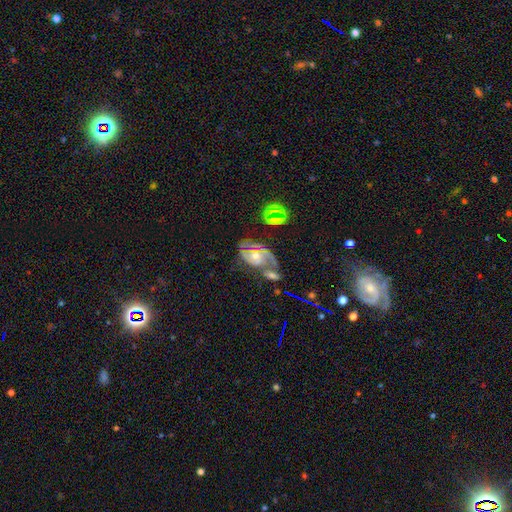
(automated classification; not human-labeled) Smooth or featured: featured or disk — 73% (smooth — 16%)
Edge-on disk: no — 96% (yes — 4%)
Bar: no — 57% (weak — 34%)
Spiral arms: yes — 85% (no — 15%)
Spiral winding: medium — 46% (tight — 29%)
Spiral arm count: 2 — 61% (1 — 17%)
Bulge size: moderate — 59% (small — 28%)
Merging: merger — 33% (none — 28%)